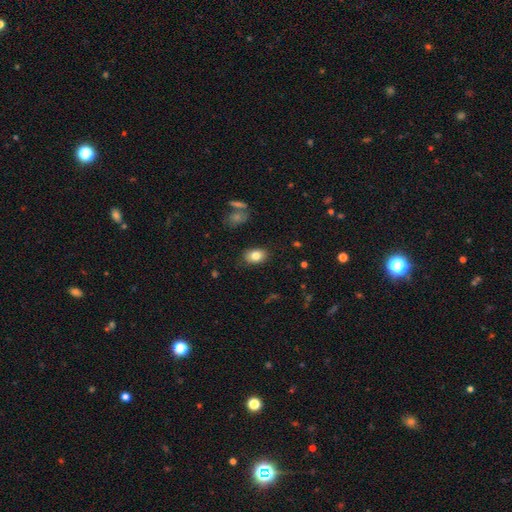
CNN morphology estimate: Smooth or featured?
  - smooth: 81% *
  - featured or disk: 10%
  - star or artifact: 9%
How rounded?
  - in between: 84% *
  - round: 15%
  - cigar-shaped: 1%
Merging?
  - none: 85% *
  - minor disturbance: 11%
  - major disturbance: 3%
  - merger: 1%